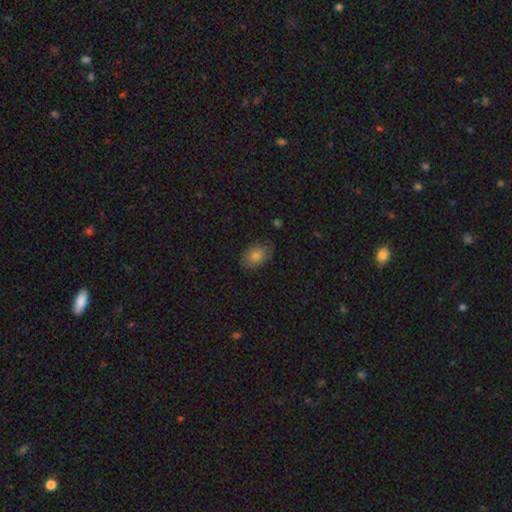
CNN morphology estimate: type=smooth (78%); roundness=in between (82%); merging=none (82%).